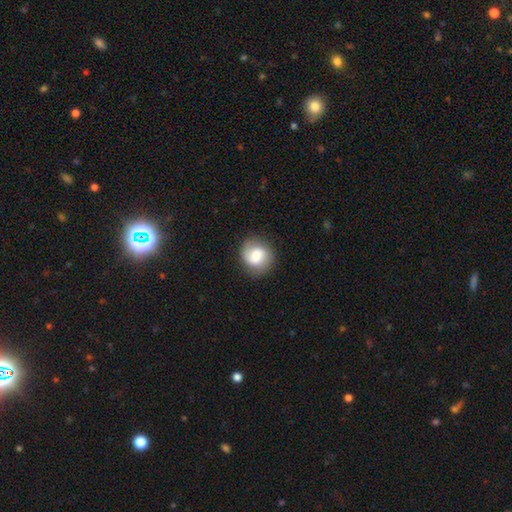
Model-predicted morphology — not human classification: Smooth or featured: smooth — 58% (featured or disk — 34%)
How rounded: round — 80% (in between — 19%)
Merging: none — 82% (minor disturbance — 12%)